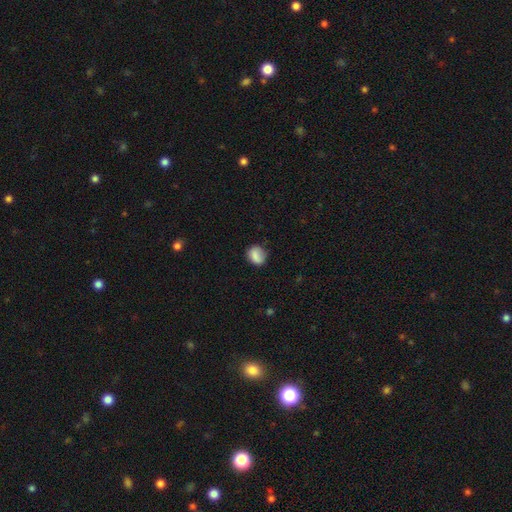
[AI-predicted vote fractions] This is clearly a smooth galaxy (82%). How rounded: likely round (60%). Merging: likely none (68%).